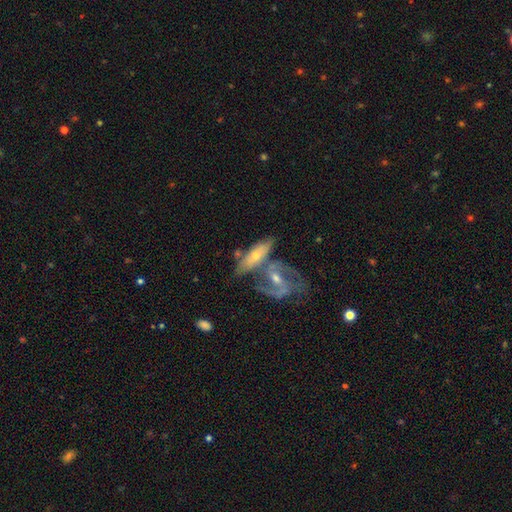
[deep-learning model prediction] smooth-or-featured: featured or disk: 61% | smooth: 33% | star or artifact: 6%
  disk-edge-on: no: 80% | yes: 20%
  merging: merger: 48% | none: 34% | minor disturbance: 13% | major disturbance: 6%